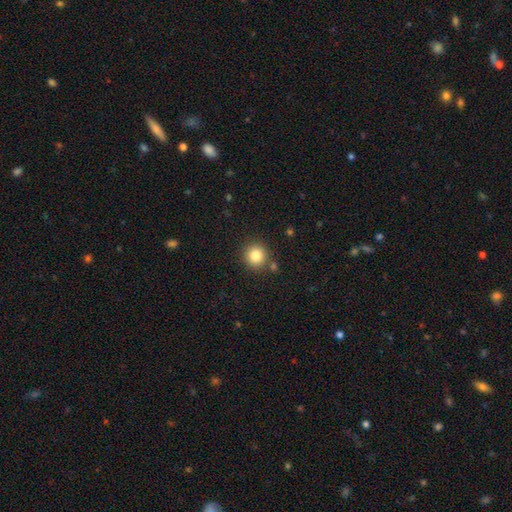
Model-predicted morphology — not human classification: smooth-or-featured: smooth: 83% | star or artifact: 11% | featured or disk: 6%
  how-rounded: round: 92% | in between: 7% | cigar-shaped: 1%
  merging: none: 84% | minor disturbance: 8% | merger: 6% | major disturbance: 2%